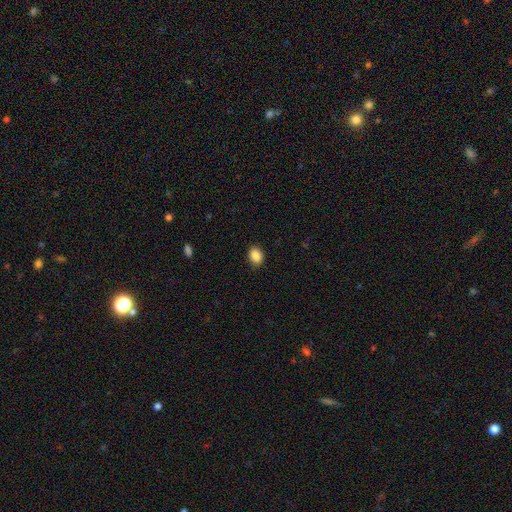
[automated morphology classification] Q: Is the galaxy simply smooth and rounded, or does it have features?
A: smooth — 88%.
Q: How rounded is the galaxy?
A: in between — 68%.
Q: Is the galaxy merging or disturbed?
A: none — 89%.